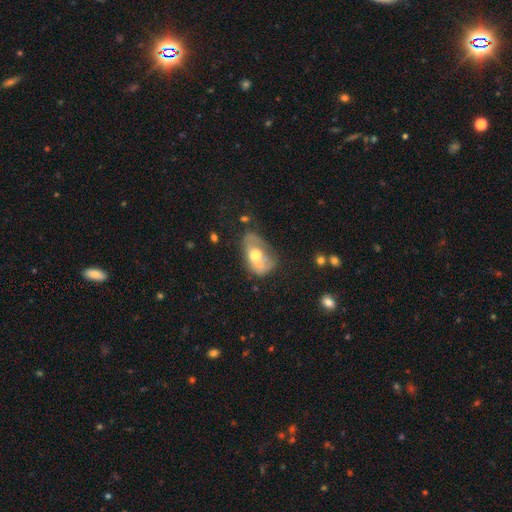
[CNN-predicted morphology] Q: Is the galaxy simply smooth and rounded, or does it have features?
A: smooth — 48%.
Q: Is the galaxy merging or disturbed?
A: merger — 38%.